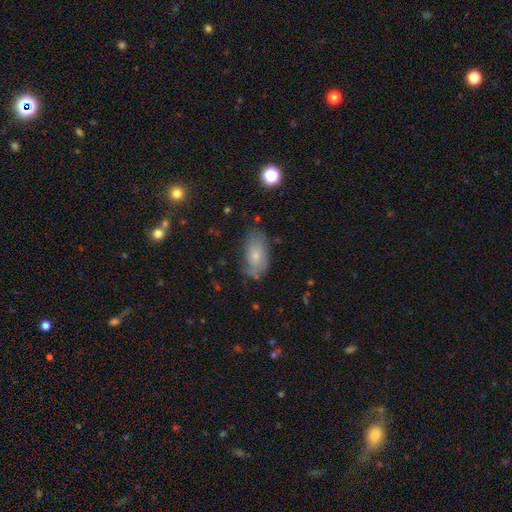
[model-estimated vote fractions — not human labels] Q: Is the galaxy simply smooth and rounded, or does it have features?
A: smooth — 69%.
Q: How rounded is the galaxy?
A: in between — 91%.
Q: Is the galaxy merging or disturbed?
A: none — 66%.